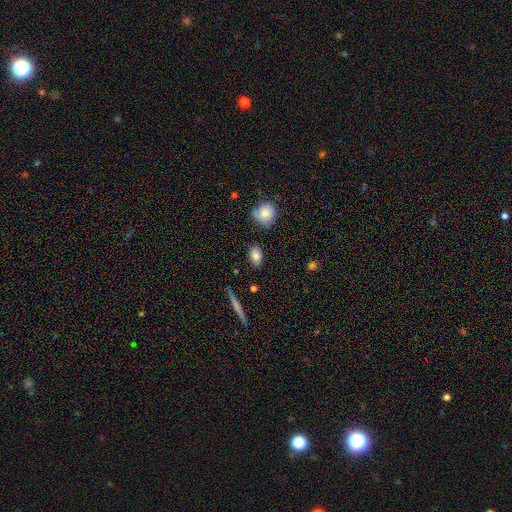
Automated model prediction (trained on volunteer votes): smooth 84%, star or artifact 8%, featured or disk 7%. Down the decision tree: how rounded — in between (85%); merging — none (84%).